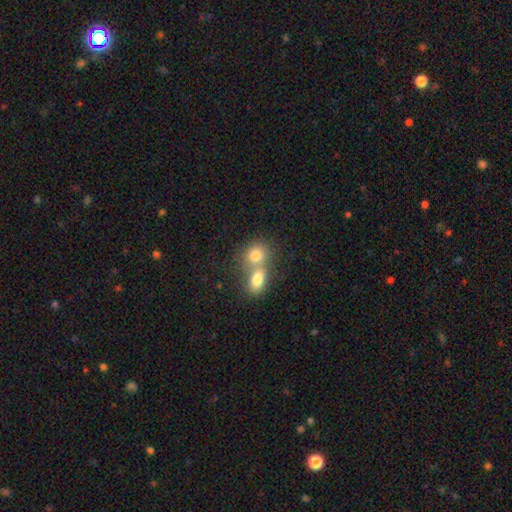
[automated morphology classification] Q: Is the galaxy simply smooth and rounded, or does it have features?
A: smooth — 64%.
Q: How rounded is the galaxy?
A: round — 67%.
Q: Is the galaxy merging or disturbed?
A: merger — 62%.